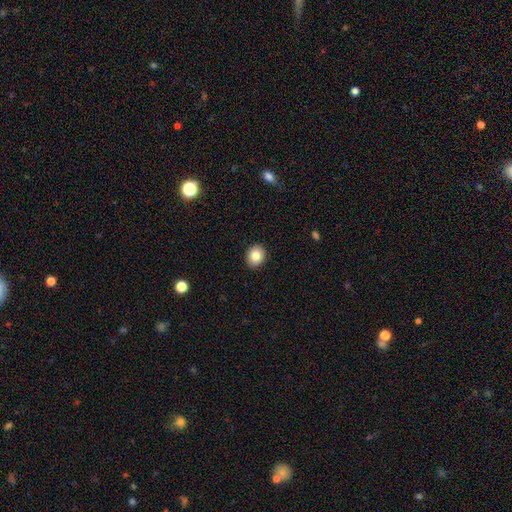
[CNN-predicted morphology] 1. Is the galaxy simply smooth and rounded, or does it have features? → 83% smooth, 9% star or artifact, 8% featured or disk.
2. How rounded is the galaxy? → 65% round, 34% in between, 1% cigar-shaped.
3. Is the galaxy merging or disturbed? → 91% none, 6% minor disturbance, 2% major disturbance, 1% merger.